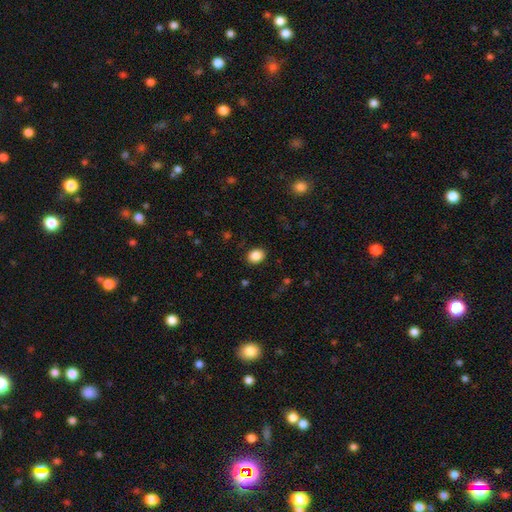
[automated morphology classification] The model was most divided on "how rounded": in between: 52%, round: 47%, cigar-shaped: 1%. More confident: merging — none (89%); smooth or featured — smooth (87%).